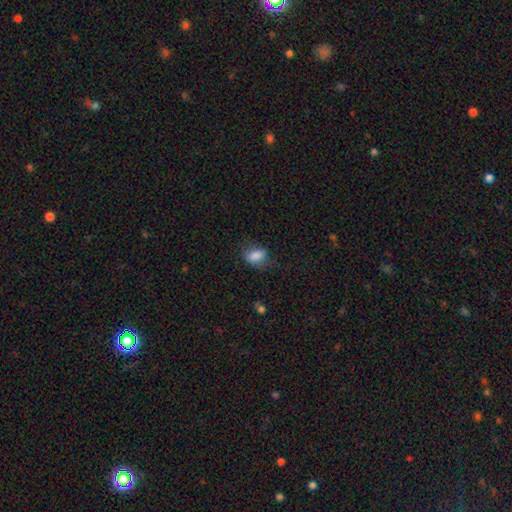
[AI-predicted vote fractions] Q: Smooth or featured?
A: smooth (82%); runner-up: featured or disk (10%)
Q: How rounded?
A: in between (81%); runner-up: round (16%)
Q: Merging?
A: none (63%); runner-up: minor disturbance (25%)